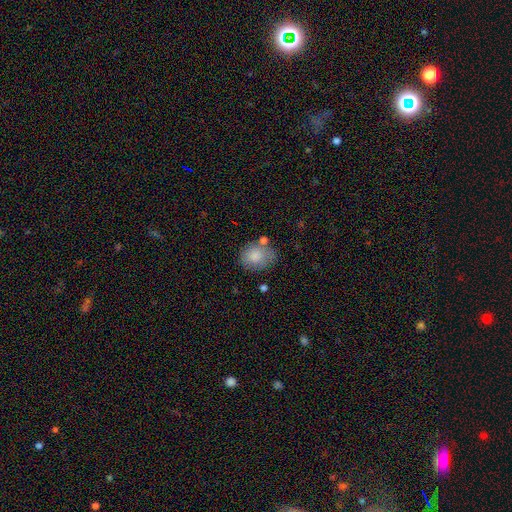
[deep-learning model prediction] A smooth galaxy with no disk features (82%) that is round (55%). Merging: none (61%).